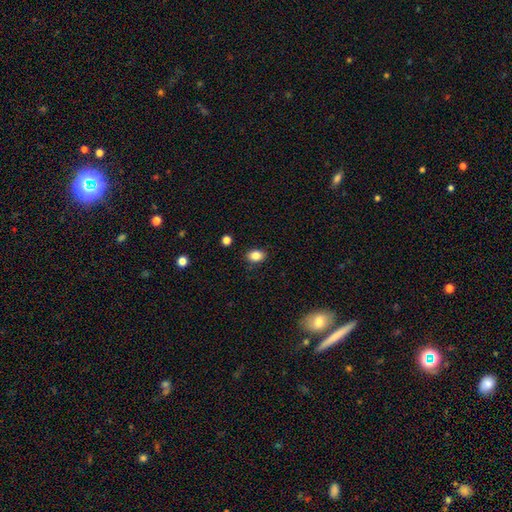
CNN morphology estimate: Smooth or featured? Predicted: smooth (p=0.84). How rounded? Predicted: in between (p=0.76). Merging? Predicted: none (p=0.87).